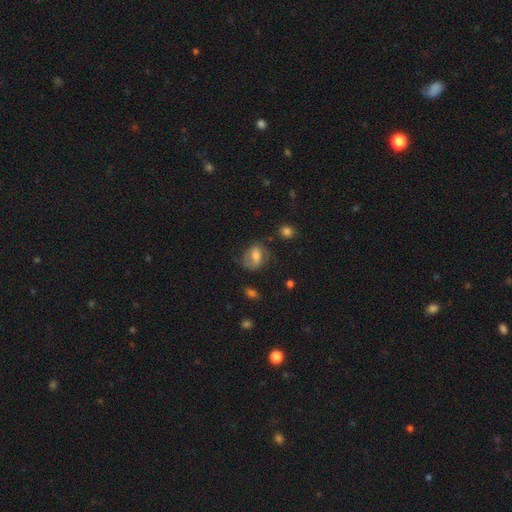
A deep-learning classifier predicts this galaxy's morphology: Smooth or featured? featured or disk (47%)
Merging? none (55%)